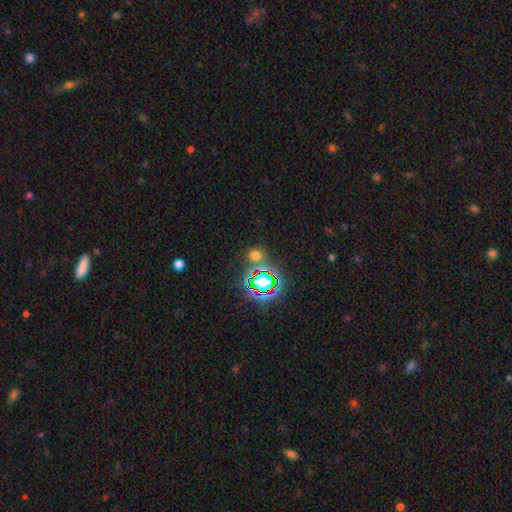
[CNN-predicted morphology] Q: Smooth or featured?
A: smooth (53%); runner-up: star or artifact (39%)
Q: How rounded?
A: round (76%); runner-up: in between (23%)
Q: Merging?
A: none (73%); runner-up: merger (12%)